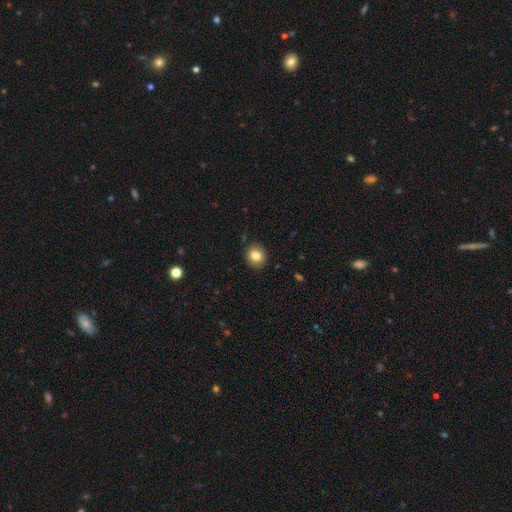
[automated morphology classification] The model was most divided on "how rounded": round: 82%, in between: 17%, cigar-shaped: 1%. More confident: merging — none (90%); smooth or featured — smooth (82%).